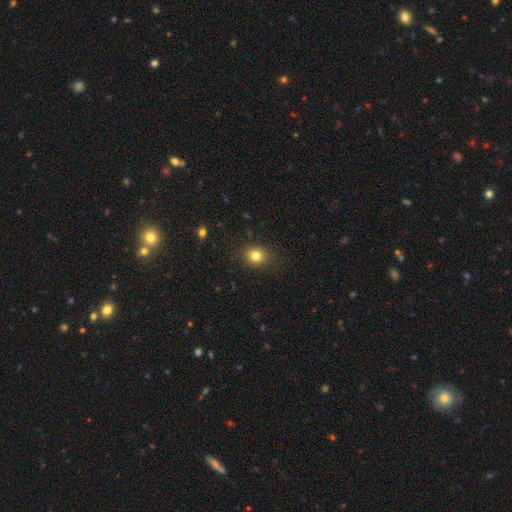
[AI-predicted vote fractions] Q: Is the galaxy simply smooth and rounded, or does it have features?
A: smooth — 81%.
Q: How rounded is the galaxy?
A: round — 75%.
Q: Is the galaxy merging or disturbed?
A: none — 86%.